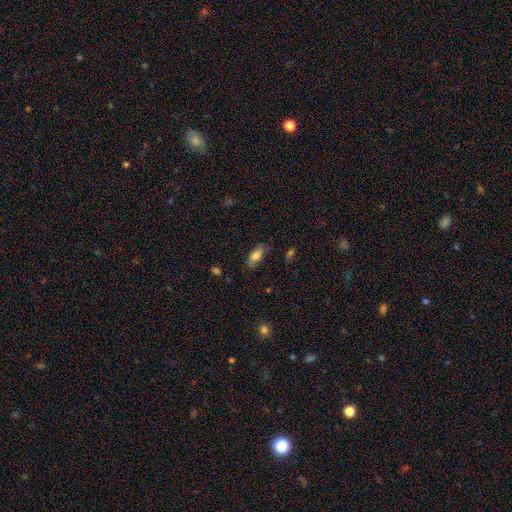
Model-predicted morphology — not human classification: smooth 76%, featured or disk 16%, star or artifact 8%. Down the decision tree: how rounded — in between (84%); merging — none (69%).